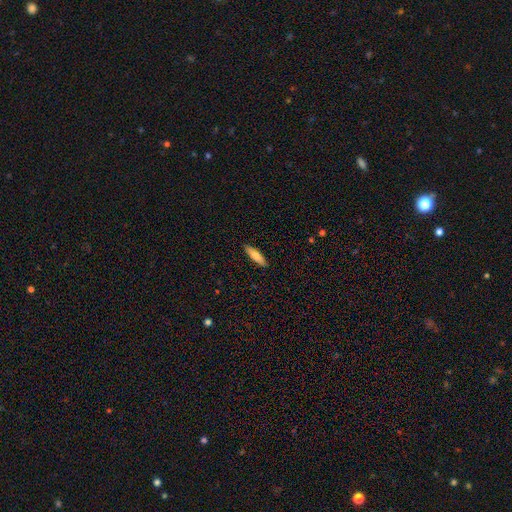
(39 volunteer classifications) Morphology: type=smooth (74%); roundness=cigar-shaped (79%); merging=none (89%).